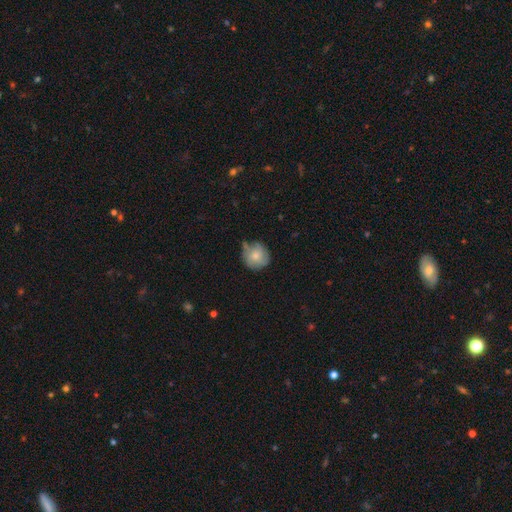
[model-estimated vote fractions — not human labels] Morphology: type=smooth (72%); roundness=round (92%); merging=none (59%).